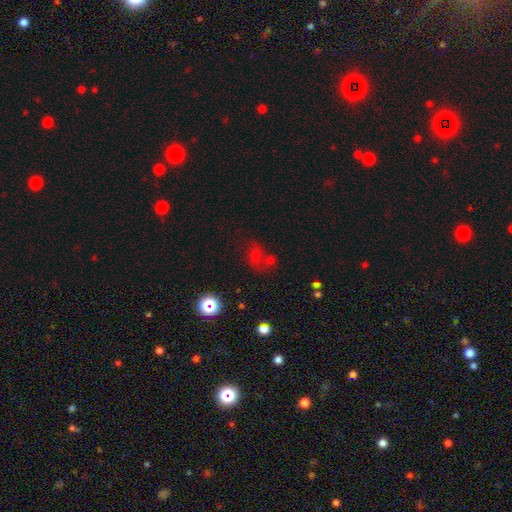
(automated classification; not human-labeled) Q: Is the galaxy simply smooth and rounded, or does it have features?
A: smooth — 43%.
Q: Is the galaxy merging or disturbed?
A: none — 50%.